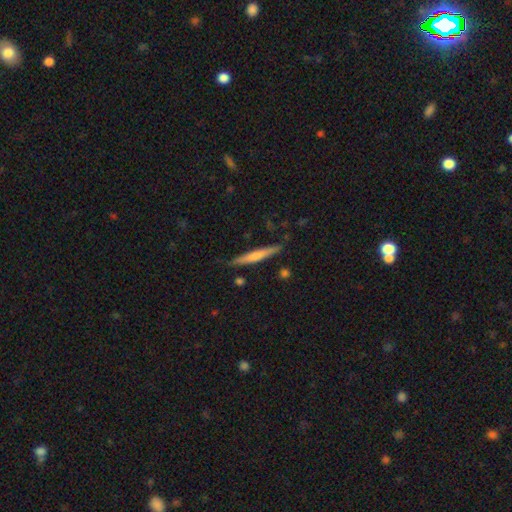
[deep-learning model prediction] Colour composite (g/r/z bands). It shows a smooth galaxy with no disk features (59%) that is cigar-shaped (95%). Merging: none (85%).